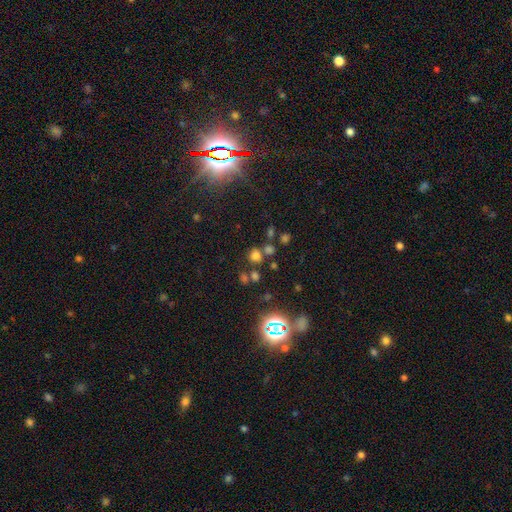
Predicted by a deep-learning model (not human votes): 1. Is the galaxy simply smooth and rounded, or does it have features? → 61% smooth, 31% star or artifact, 8% featured or disk.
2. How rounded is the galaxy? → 79% round, 20% in between, 1% cigar-shaped.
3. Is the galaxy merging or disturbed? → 66% none, 19% merger, 10% minor disturbance, 5% major disturbance.